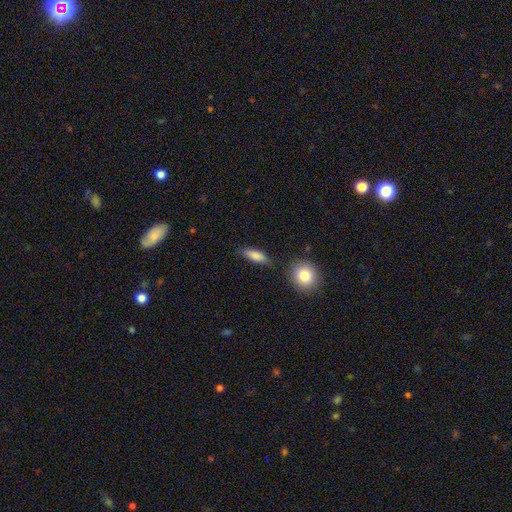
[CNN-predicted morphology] Overall: smooth (84%). How rounded: in between (56%; cigar-shaped 39%). Merging: none (79%).